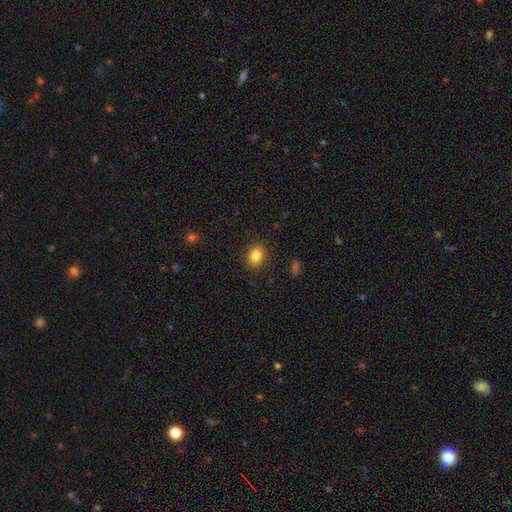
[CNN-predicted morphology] Overall: smooth (84%). How rounded: round (53%; in between 46%). Merging: none (89%).